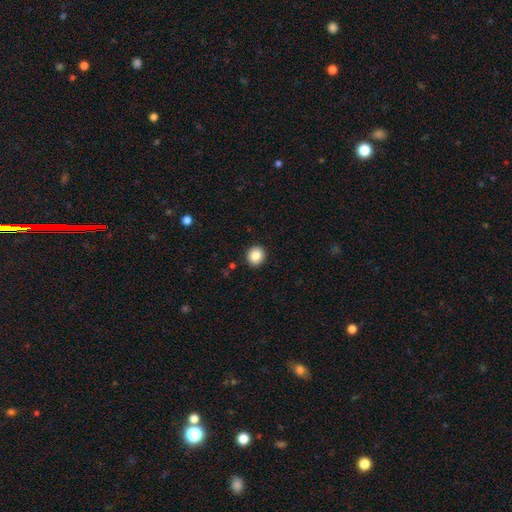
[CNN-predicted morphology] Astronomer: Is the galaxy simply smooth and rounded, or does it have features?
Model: smooth — 86%.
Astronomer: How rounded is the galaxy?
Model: round — 83%.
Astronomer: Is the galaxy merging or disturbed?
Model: none — 91%.